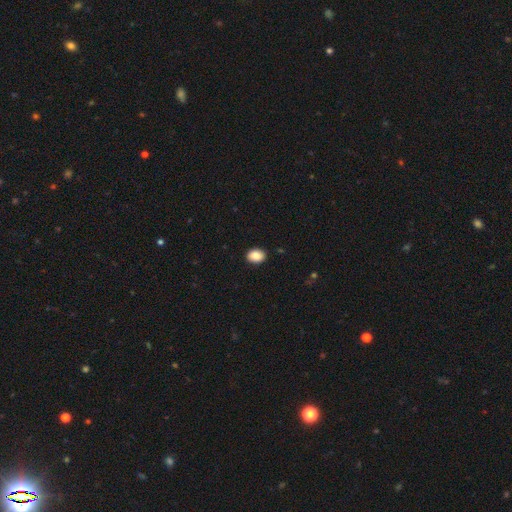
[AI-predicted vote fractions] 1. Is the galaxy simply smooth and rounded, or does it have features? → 88% smooth, 8% star or artifact, 4% featured or disk.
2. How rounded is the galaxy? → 68% in between, 30% round, 1% cigar-shaped.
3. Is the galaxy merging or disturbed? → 90% none, 7% minor disturbance, 2% major disturbance, 1% merger.